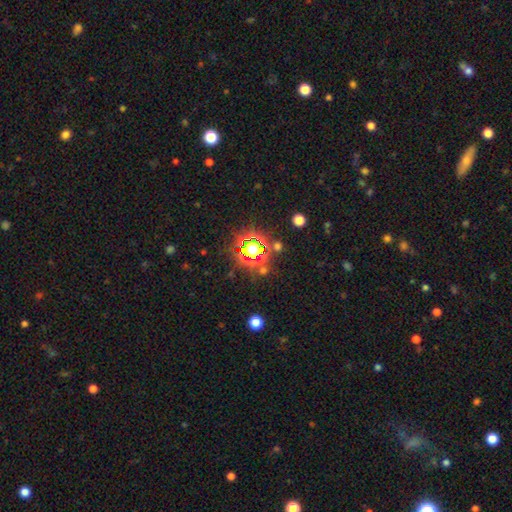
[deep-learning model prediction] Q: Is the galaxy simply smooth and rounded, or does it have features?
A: star or artifact — 72%.